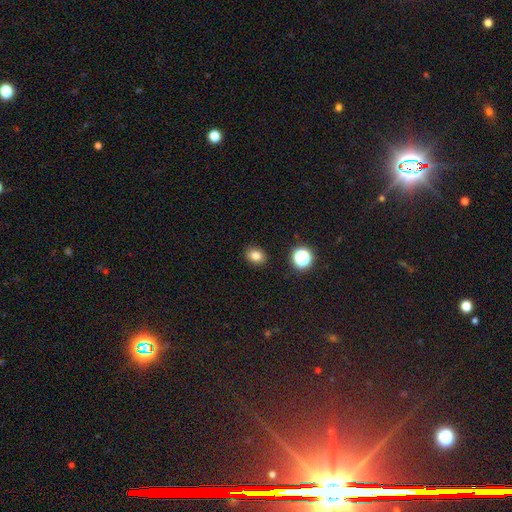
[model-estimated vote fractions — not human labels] Overall: smooth (81%). How rounded: in between (54%; round 45%). Merging: none (89%).